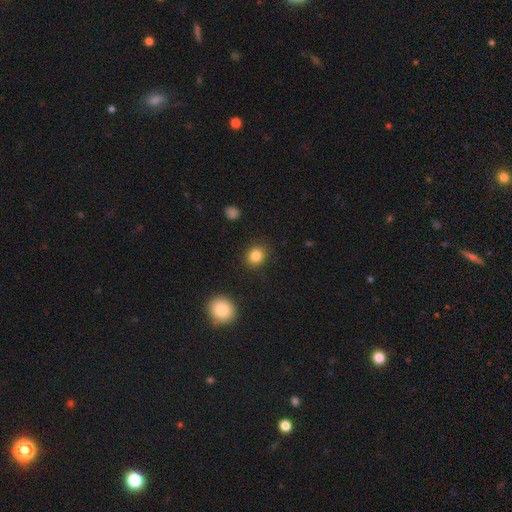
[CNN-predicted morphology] This is clearly a smooth galaxy (85%). How rounded: likely round (72%). Merging: clearly none (89%).